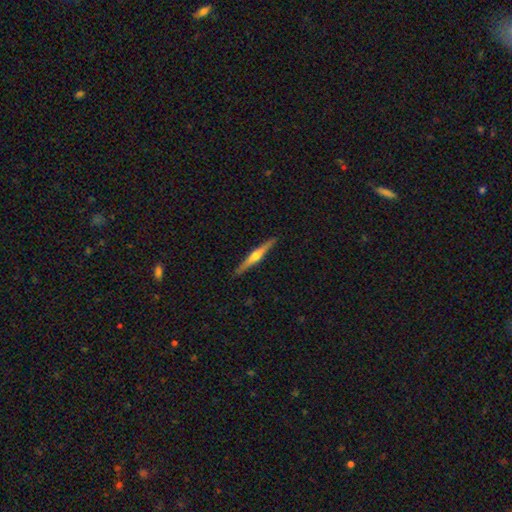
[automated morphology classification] type=featured or disk (69%); edge-on=yes (98%); edge-on bulge=rounded (89%); merging=none (91%).